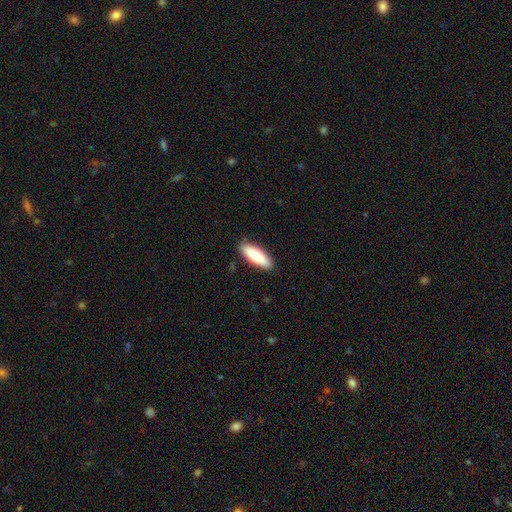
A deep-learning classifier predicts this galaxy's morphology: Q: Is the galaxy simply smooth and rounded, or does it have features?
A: smooth — 86%.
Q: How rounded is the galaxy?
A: in between — 55%.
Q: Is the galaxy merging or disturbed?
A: none — 88%.